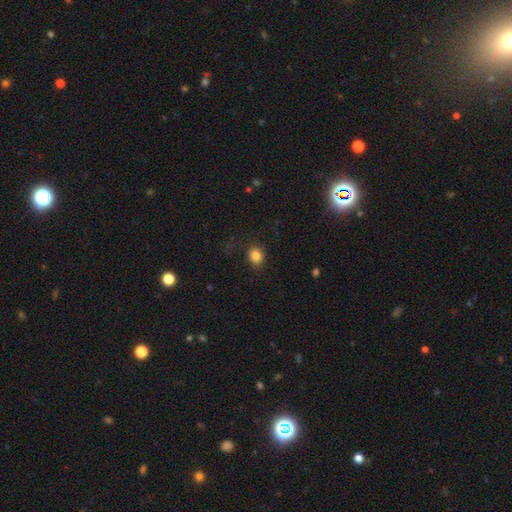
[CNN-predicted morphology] Q: Smooth or featured?
A: smooth (84%); runner-up: star or artifact (11%)
Q: How rounded?
A: round (63%); runner-up: in between (36%)
Q: Merging?
A: none (83%); runner-up: minor disturbance (12%)